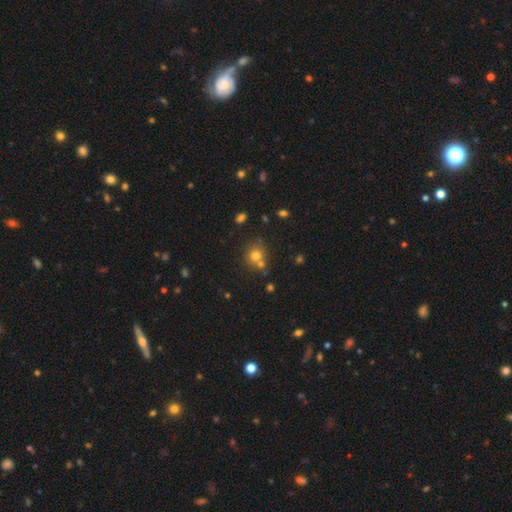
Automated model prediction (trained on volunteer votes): The model was most divided on "merging": none: 58%, merger: 28%, minor disturbance: 10%, major disturbance: 4%. More confident: how rounded — round (83%); smooth or featured — smooth (71%).